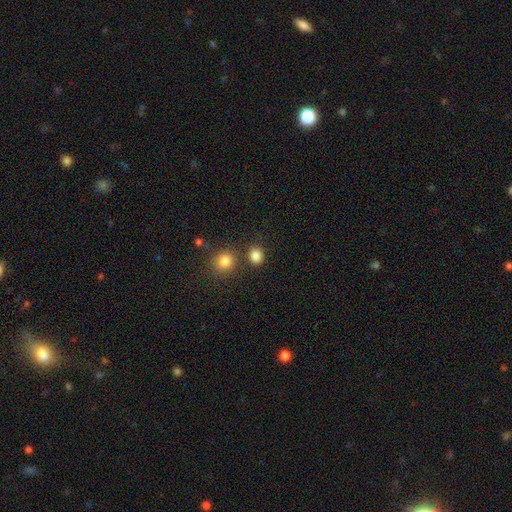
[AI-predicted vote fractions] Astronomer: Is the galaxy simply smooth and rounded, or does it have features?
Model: smooth — 84%.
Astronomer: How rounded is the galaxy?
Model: round — 74%.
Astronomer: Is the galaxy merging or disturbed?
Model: none — 77%.